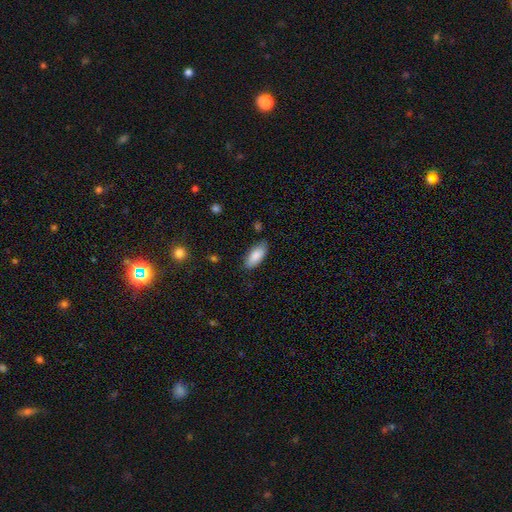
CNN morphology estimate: Smooth or featured?
  - smooth: 86% *
  - featured or disk: 8%
  - star or artifact: 6%
How rounded?
  - in between: 86% *
  - cigar-shaped: 12%
  - round: 2%
Merging?
  - none: 80% *
  - minor disturbance: 15%
  - major disturbance: 3%
  - merger: 2%